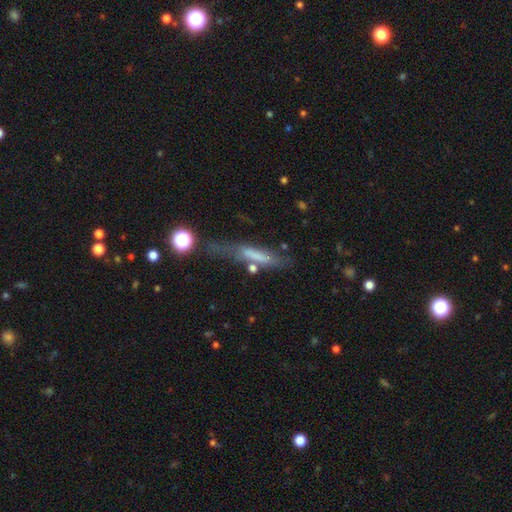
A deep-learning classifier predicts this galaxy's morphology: Q: Smooth or featured?
A: smooth (58%); runner-up: featured or disk (31%)
Q: How rounded?
A: cigar-shaped (83%); runner-up: in between (14%)
Q: Merging?
A: none (51%); runner-up: minor disturbance (24%)